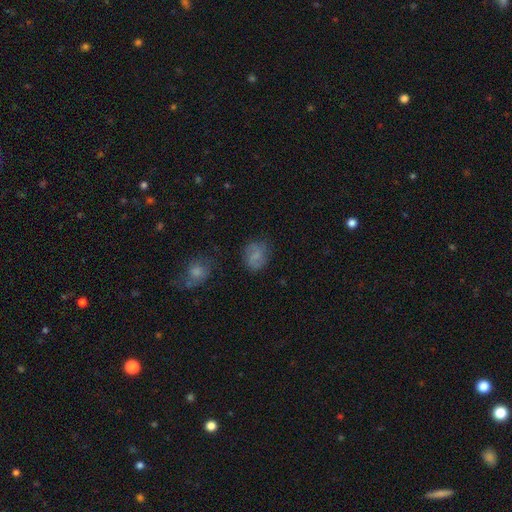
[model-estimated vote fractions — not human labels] This appears to be a smooth galaxy with no disk features (65%) that is round (50%). Merging: none (72%).